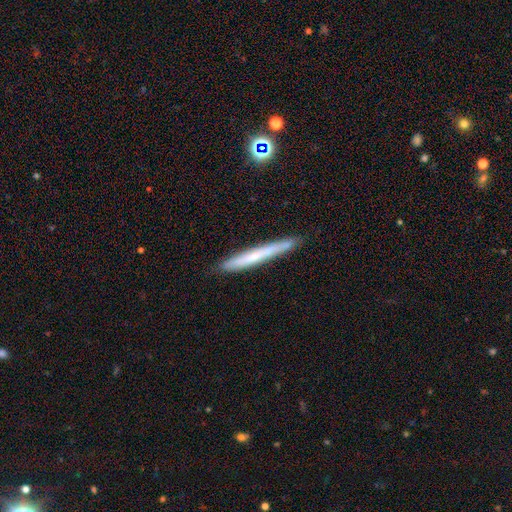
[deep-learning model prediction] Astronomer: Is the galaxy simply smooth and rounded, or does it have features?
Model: smooth — 51% (runner-up: featured or disk, 41%).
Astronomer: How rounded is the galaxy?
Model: cigar-shaped — 96%.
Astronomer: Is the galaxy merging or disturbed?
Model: none — 84%.